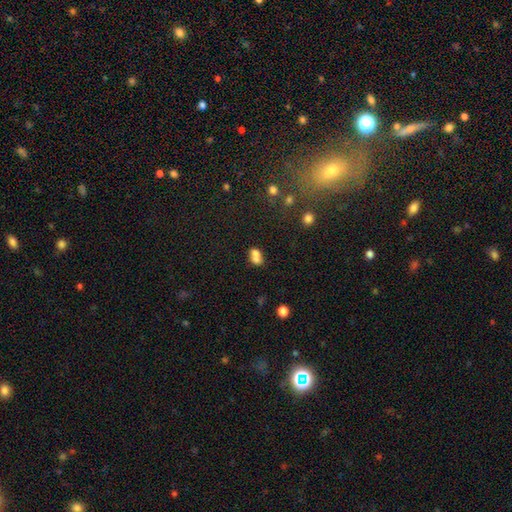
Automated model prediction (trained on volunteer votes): Morphology: type=smooth (72%); roundness=in between (65%); merging=merger (58%).